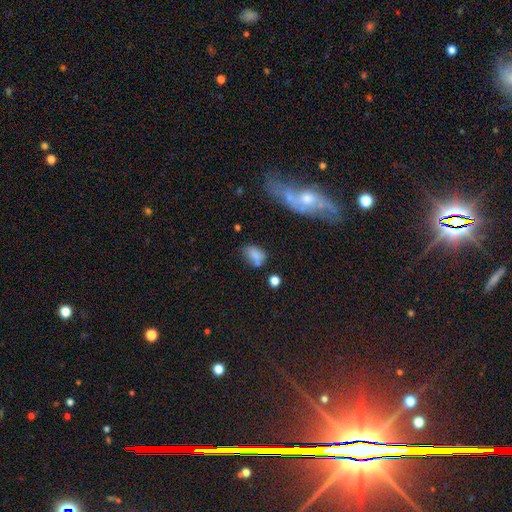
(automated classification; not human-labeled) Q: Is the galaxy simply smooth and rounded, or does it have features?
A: smooth — 76%.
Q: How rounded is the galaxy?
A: in between — 80%.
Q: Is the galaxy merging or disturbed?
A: none — 46%.